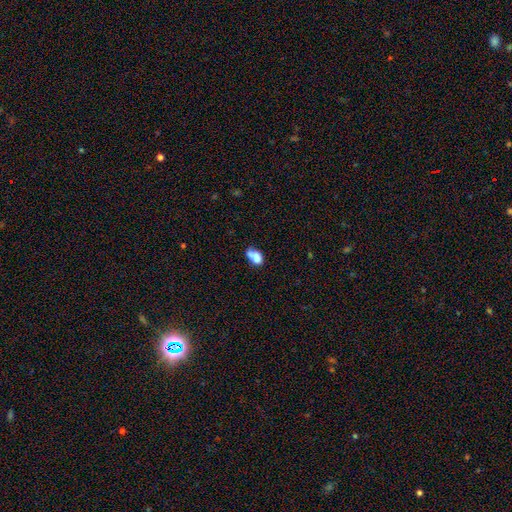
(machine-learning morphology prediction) Q: Smooth or featured?
A: smooth (76%); runner-up: featured or disk (14%)
Q: How rounded?
A: in between (85%); runner-up: round (13%)
Q: Merging?
A: merger (33%); runner-up: none (32%)